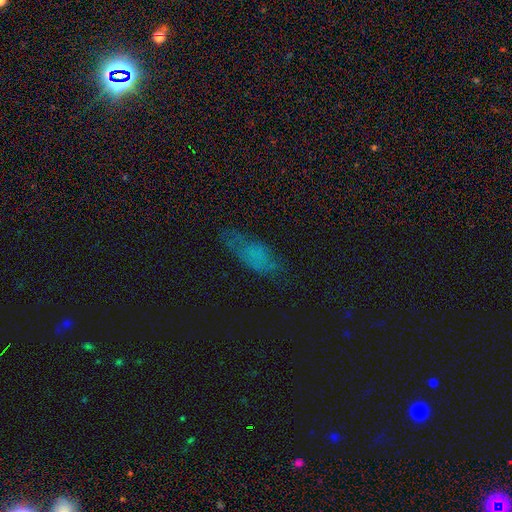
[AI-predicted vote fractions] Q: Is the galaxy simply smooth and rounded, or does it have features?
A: smooth — 58%.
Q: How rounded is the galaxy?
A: in between — 68%.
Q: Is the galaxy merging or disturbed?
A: none — 64%.